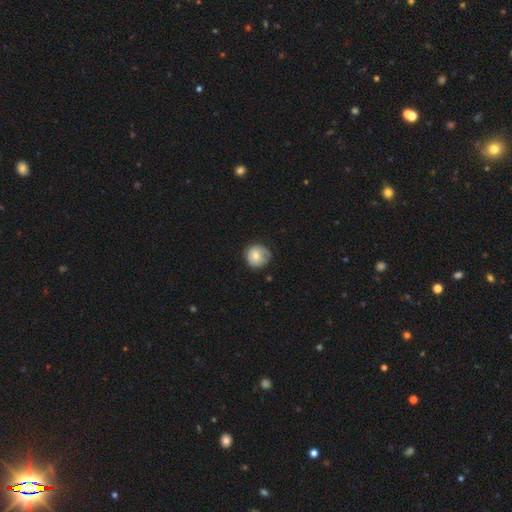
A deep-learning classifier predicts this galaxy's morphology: A smooth galaxy with no disk features (72%) that is round (92%).

Vote fractions:
- Smooth or featured? smooth: 72% / featured or disk: 20% / star or artifact: 8%
- How rounded? round: 92% / in between: 7% / cigar-shaped: 1%
- Merging? none: 65% / minor disturbance: 27% / major disturbance: 6% / merger: 1%